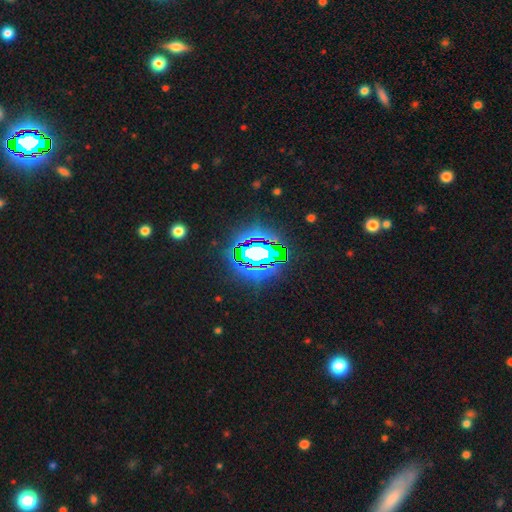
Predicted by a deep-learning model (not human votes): A star or artifact, not a galaxy (76%).